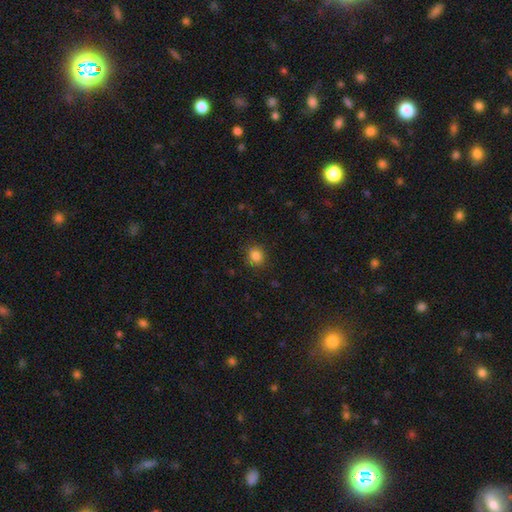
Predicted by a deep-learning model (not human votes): smooth-or-featured: smooth: 84% | star or artifact: 12% | featured or disk: 4%
  how-rounded: round: 88% | in between: 11% | cigar-shaped: 1%
  merging: none: 87% | minor disturbance: 9% | major disturbance: 3% | merger: 1%